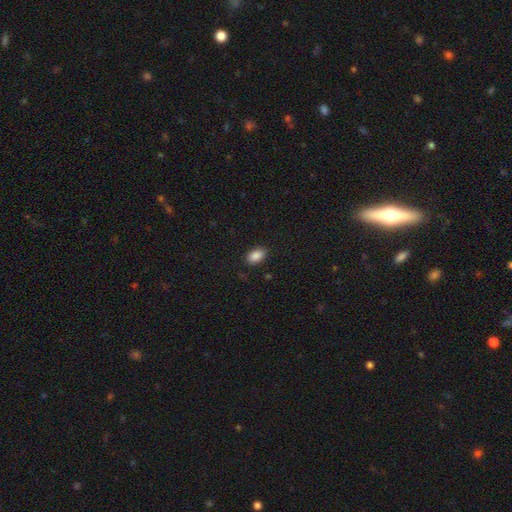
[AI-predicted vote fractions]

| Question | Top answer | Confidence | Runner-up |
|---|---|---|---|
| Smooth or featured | smooth | 88% | star or artifact (8%) |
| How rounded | in between | 91% | round (7%) |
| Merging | none | 88% | minor disturbance (9%) |